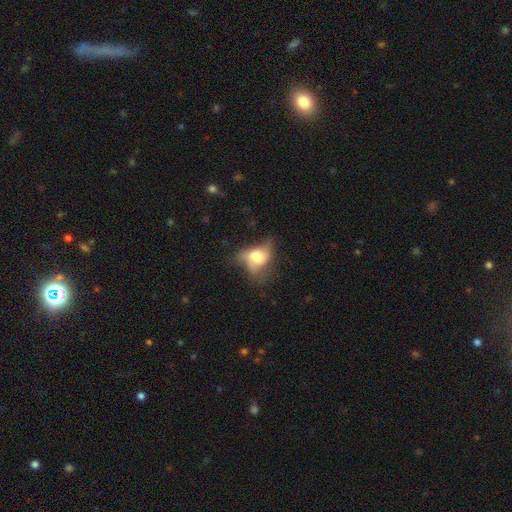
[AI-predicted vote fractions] Overall: smooth (47%; featured or disk 42%). Merging: major disturbance (39%; none 30%).